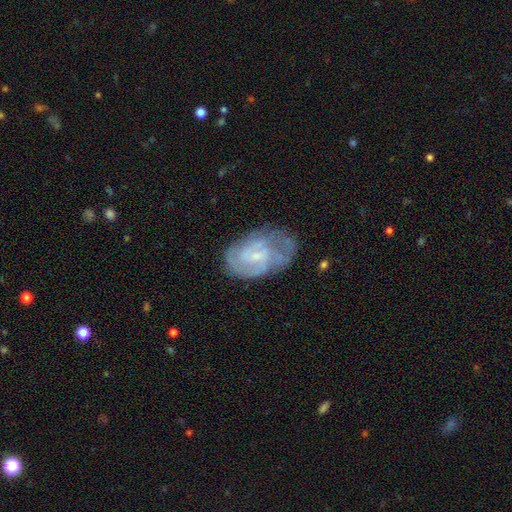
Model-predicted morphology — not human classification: The model was most divided on "bar": weak: 46%, no: 45%, strong: 8%. Remaining: edge-on disk — no (97%); spiral arms — yes (84%); smooth or featured — featured or disk (74%); bulge size — small (68%); merging — none (54%); spiral winding — tight (49%); spiral arm count — can't tell (38%).